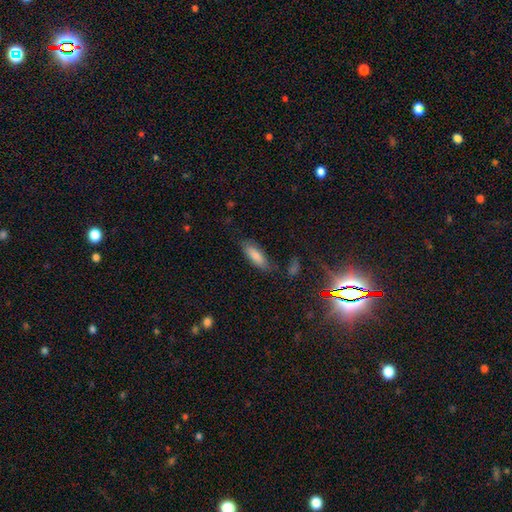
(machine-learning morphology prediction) smooth-or-featured: smooth: 82% | featured or disk: 12% | star or artifact: 7%
  how-rounded: in between: 60% | cigar-shaped: 38% | round: 2%
  merging: none: 74% | minor disturbance: 18% | major disturbance: 5% | merger: 3%